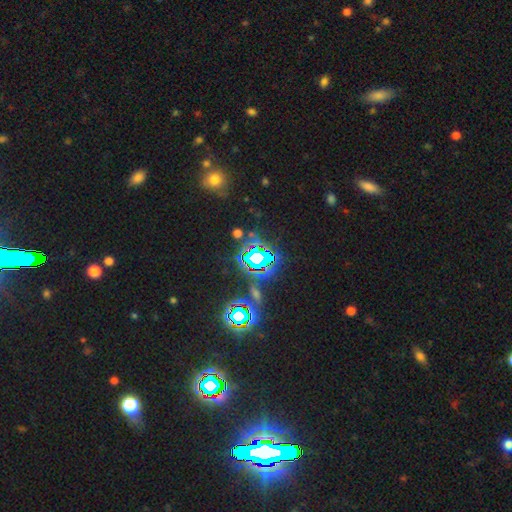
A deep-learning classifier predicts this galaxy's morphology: Smooth or featured?
  - star or artifact: 75% *
  - smooth: 14%
  - featured or disk: 11%